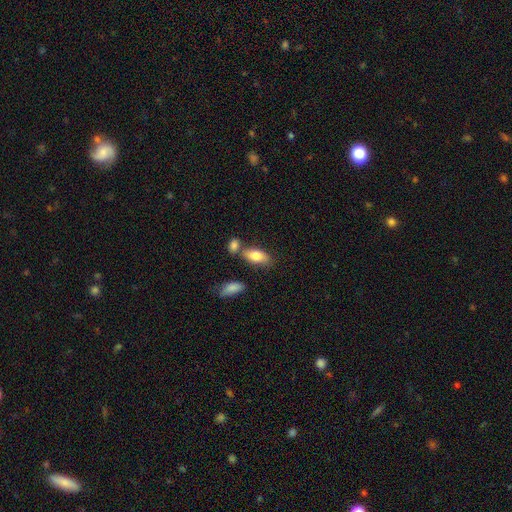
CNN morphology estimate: Overall: smooth (80%). How rounded: in between (88%). Merging: none (59%; merger 22%).